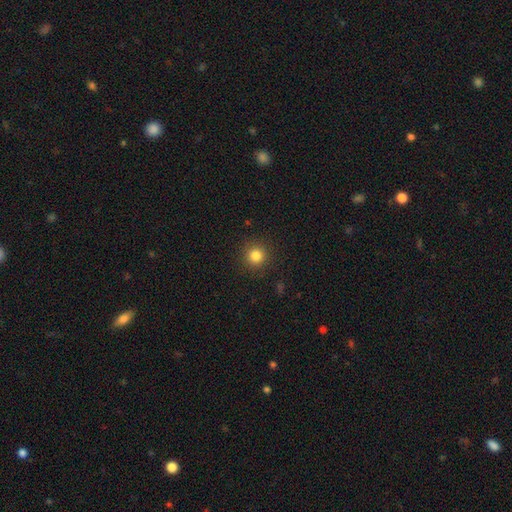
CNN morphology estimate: Q: Smooth or featured?
A: smooth (82%); runner-up: star or artifact (12%)
Q: How rounded?
A: round (94%); runner-up: in between (5%)
Q: Merging?
A: none (91%); runner-up: minor disturbance (6%)